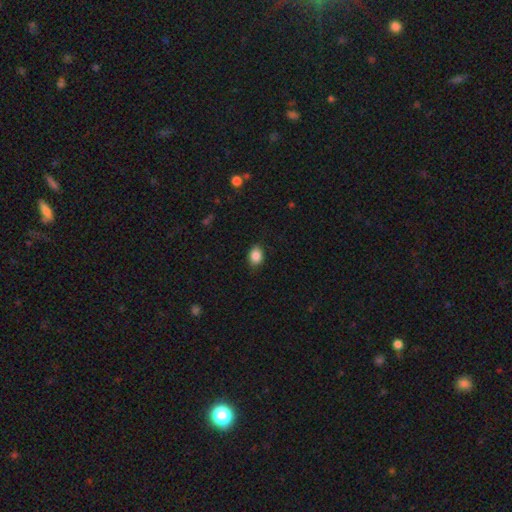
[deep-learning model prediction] Morphology: type=smooth (87%); roundness=in between (68%); merging=none (85%).